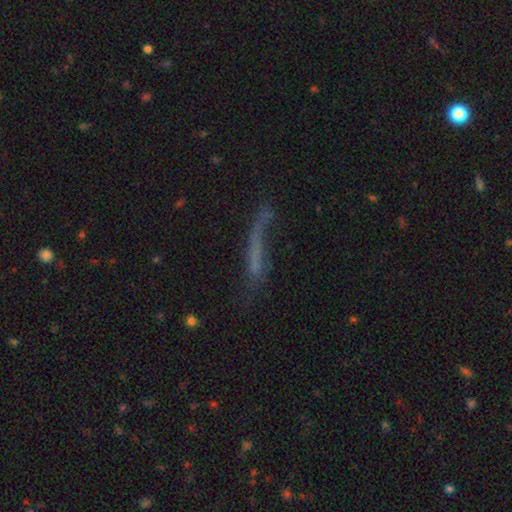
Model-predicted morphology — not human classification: Overall: featured or disk (43%; smooth 41%). Merging: none (45%; major disturbance 27%).